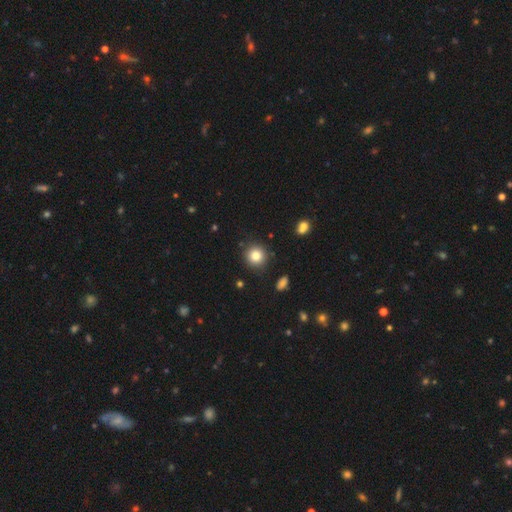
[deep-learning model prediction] smooth 83%, star or artifact 11%, featured or disk 7%. Down the decision tree: how rounded — round (92%); merging — none (88%).